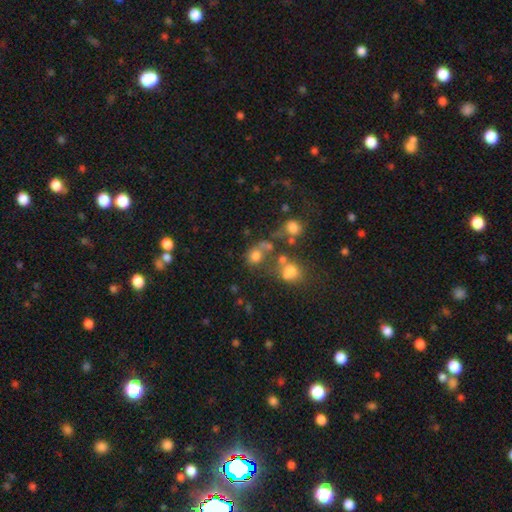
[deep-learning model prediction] smooth_or_featured: smooth (p=0.69) [alt: star or artifact p=0.17]
how_rounded: round (p=0.64) [alt: in between p=0.34]
merging: none (p=0.40) [alt: merger p=0.33]